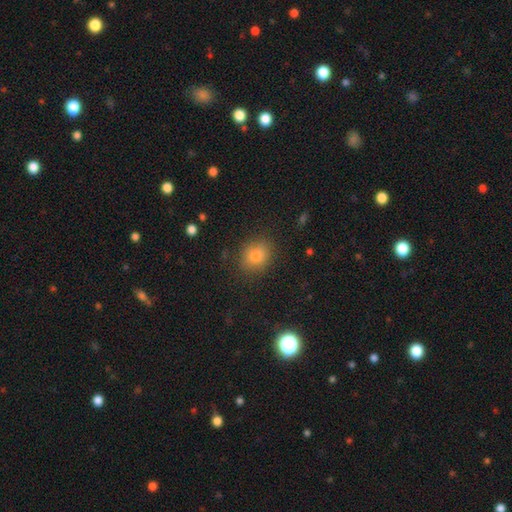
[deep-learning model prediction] Smooth or featured: smooth — 80% (star or artifact — 14%)
How rounded: round — 67% (in between — 32%)
Merging: none — 84% (minor disturbance — 11%)